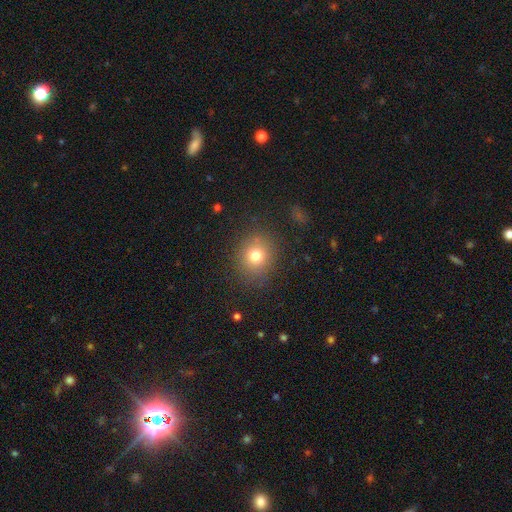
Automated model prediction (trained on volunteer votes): A smooth galaxy with no disk features (76%) that is round (78%). Merging: none (84%).